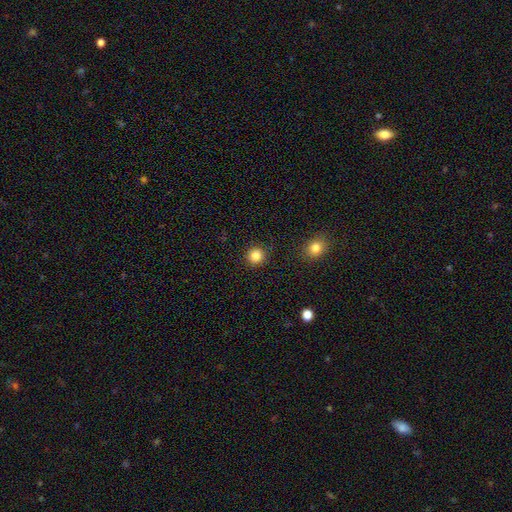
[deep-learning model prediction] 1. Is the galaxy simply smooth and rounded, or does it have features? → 85% smooth, 11% star or artifact, 4% featured or disk.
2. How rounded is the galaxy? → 92% round, 7% in between, 1% cigar-shaped.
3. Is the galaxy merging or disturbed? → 90% none, 6% minor disturbance, 2% major disturbance, 2% merger.